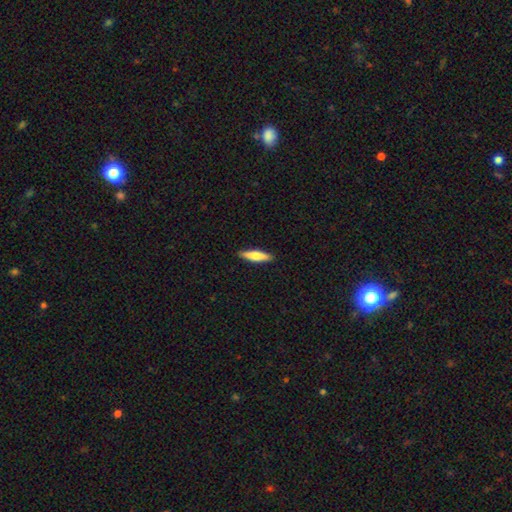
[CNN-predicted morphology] smooth-or-featured: smooth: 67% | featured or disk: 27% | star or artifact: 5%
  how-rounded: cigar-shaped: 75% | in between: 23% | round: 2%
  merging: none: 90% | minor disturbance: 7% | major disturbance: 2% | merger: 1%